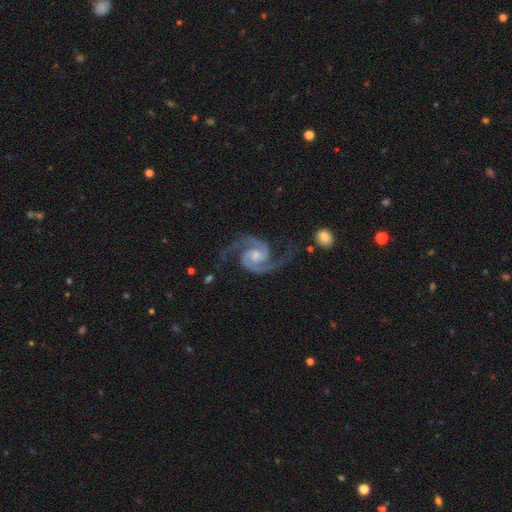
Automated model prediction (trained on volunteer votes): A featured or disk galaxy (94%) with no bar (62%), 2 (95%) medium (61%) spiral arms (99%) and a moderate central bulge (47%).

Vote fractions:
- Smooth or featured? featured or disk: 94% / star or artifact: 4% / smooth: 2%
- Edge-on disk? no: 98% / yes: 2%
- Bar? no: 62% / weak: 30% / strong: 9%
- Spiral arms? yes: 99% / no: 1%
- Spiral winding? medium: 61% / tight: 23% / loose: 16%
- Spiral arm count? 2: 95% / 3: 1% / can't tell: 1% / 1: 1% / 4: 1% / more than 4: 1%
- Bulge size? moderate: 47% / small: 37% / none: 8% / large: 7% / dominant: 2%
- Merging? none: 78% / minor disturbance: 14% / major disturbance: 6% / merger: 2%